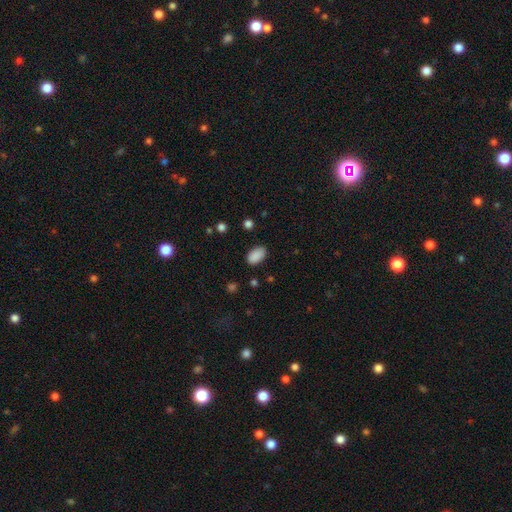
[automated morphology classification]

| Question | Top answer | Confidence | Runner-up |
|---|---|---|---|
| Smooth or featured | smooth | 89% | star or artifact (8%) |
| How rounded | in between | 93% | round (6%) |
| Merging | none | 83% | minor disturbance (13%) |